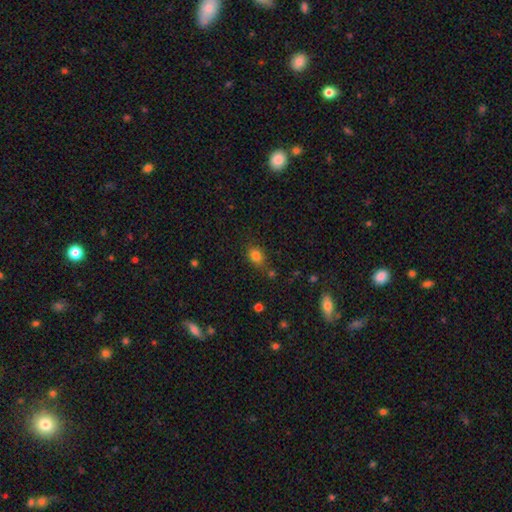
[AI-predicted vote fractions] A smooth galaxy with no disk features (78%) that is in between round and cigar-shaped (62%).

Vote fractions:
- Smooth or featured? smooth: 78% / star or artifact: 14% / featured or disk: 8%
- How rounded? in between: 62% / round: 36% / cigar-shaped: 2%
- Merging? none: 70% / minor disturbance: 17% / merger: 8% / major disturbance: 5%